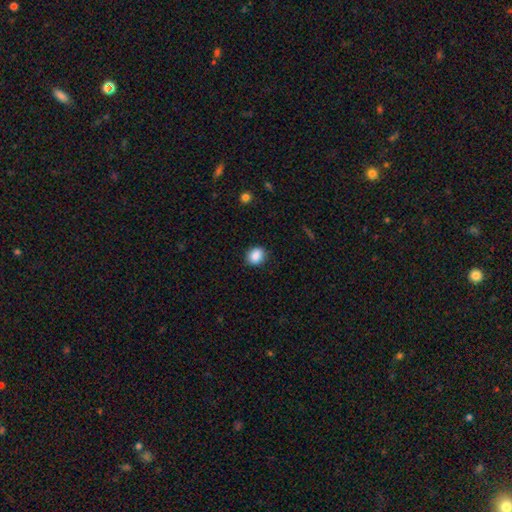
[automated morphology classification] Overall: smooth (88%). How rounded: round (59%; in between 40%). Merging: none (87%).